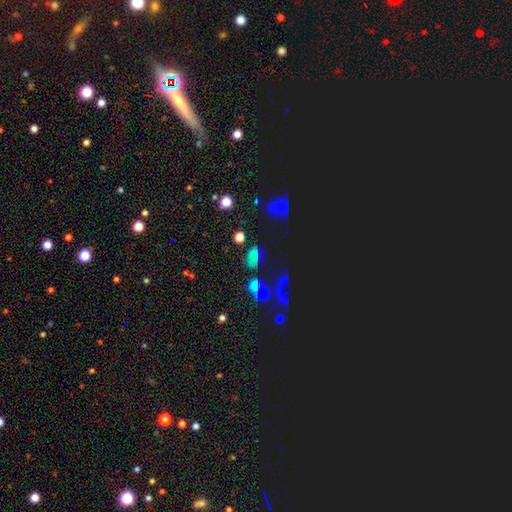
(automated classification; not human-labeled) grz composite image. It shows a star or artifact, not a galaxy (47%).